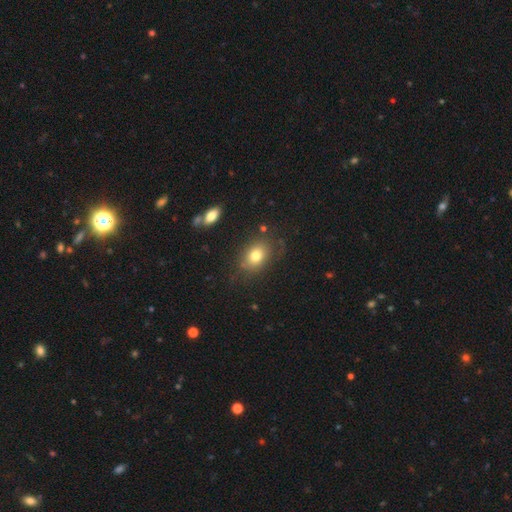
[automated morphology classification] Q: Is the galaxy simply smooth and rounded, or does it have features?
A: smooth — 78%.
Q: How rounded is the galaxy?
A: in between — 66%.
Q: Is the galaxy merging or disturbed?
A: none — 75%.